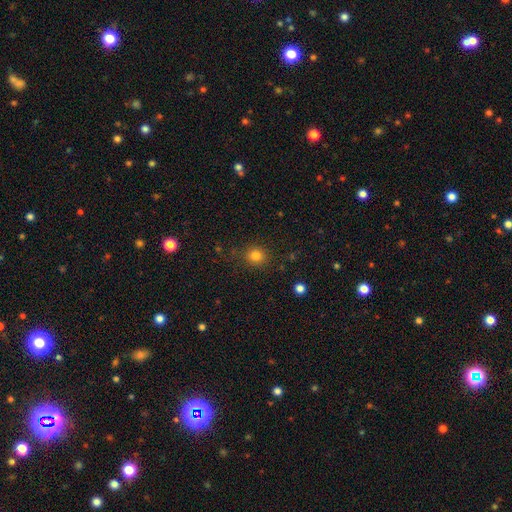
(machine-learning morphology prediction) Smooth or featured: smooth — 81% (star or artifact — 13%)
How rounded: round — 84% (in between — 15%)
Merging: none — 85% (minor disturbance — 10%)